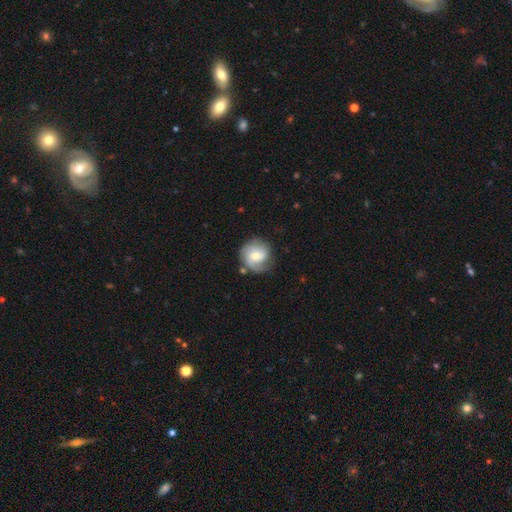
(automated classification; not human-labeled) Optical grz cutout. It shows a featured or disk galaxy (62%) with no bar (58%), 2 (39%) medium (40%) spiral arms (91%) and a moderate central bulge (54%). Merging: none (67%).